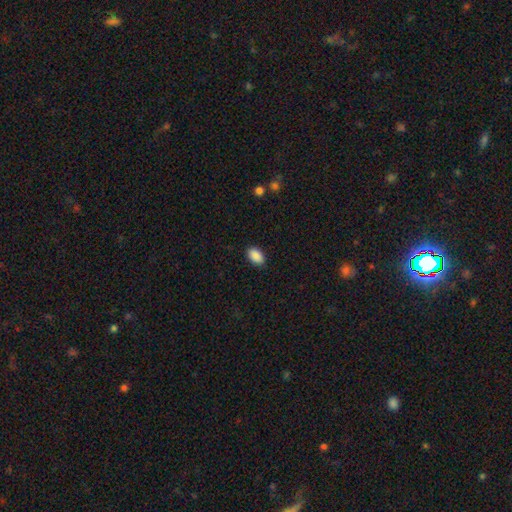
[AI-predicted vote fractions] smooth 90%, star or artifact 7%, featured or disk 3%. Down the decision tree: how rounded — in between (92%); merging — none (89%).